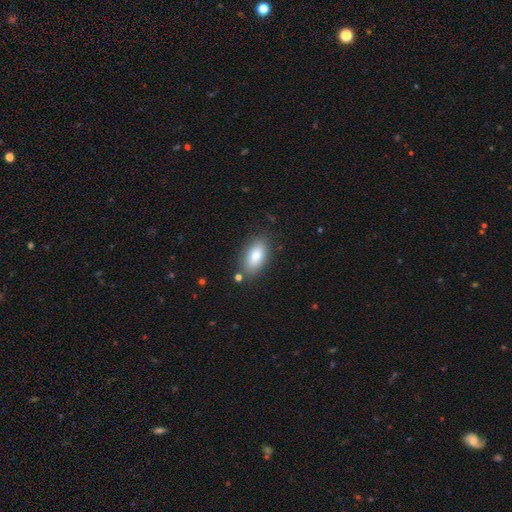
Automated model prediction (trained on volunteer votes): smooth-or-featured: smooth: 82% | featured or disk: 11% | star or artifact: 7%
  how-rounded: in between: 90% | cigar-shaped: 6% | round: 4%
  merging: none: 82% | minor disturbance: 12% | merger: 4% | major disturbance: 3%